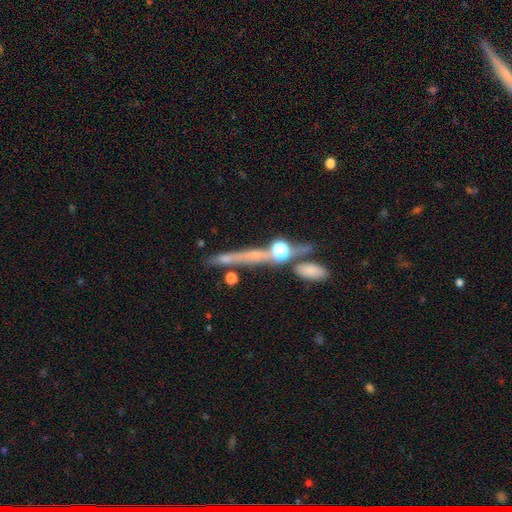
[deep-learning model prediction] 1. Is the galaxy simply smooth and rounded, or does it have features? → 54% featured or disk, 27% smooth, 20% star or artifact.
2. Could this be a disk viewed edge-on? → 86% yes, 14% no.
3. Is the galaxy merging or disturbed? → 61% none, 19% merger, 12% minor disturbance, 8% major disturbance.